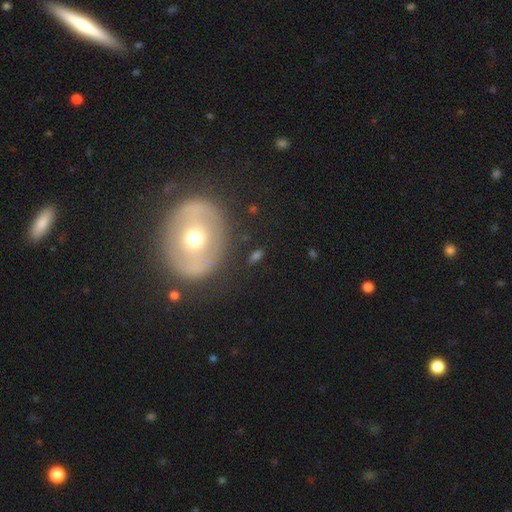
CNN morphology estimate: Smooth or featured?
  - smooth: 43% * (tied)
  - featured or disk: 43% * (tied)
  - star or artifact: 14%
Merging?
  - none: 77% *
  - minor disturbance: 13%
  - major disturbance: 6%
  - merger: 4%